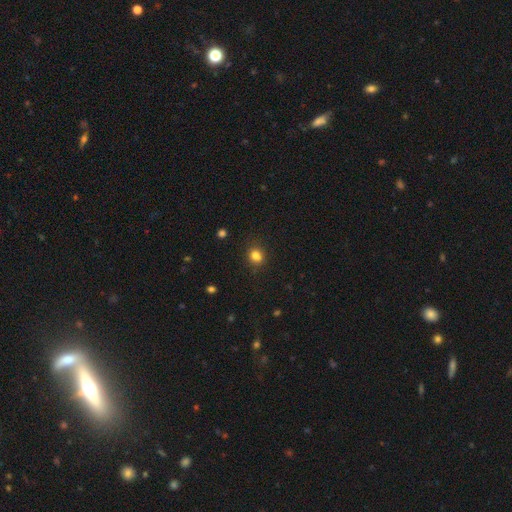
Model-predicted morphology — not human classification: A smooth galaxy with no disk features (82%) that is round (72%). Merging: none (81%).